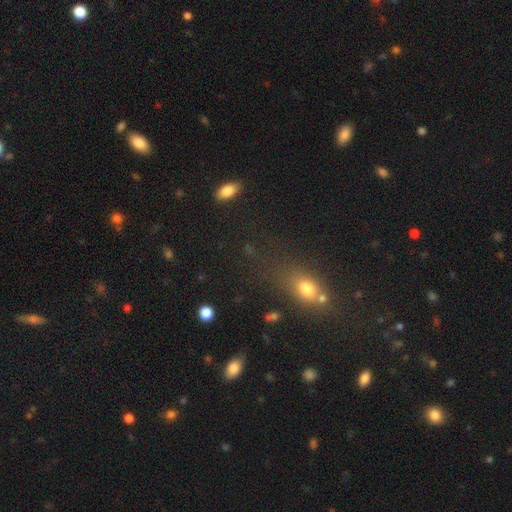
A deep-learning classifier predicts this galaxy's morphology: smooth 52%, star or artifact 34%, featured or disk 13%. Down the decision tree: how rounded — in between (50%); merging — none (66%).